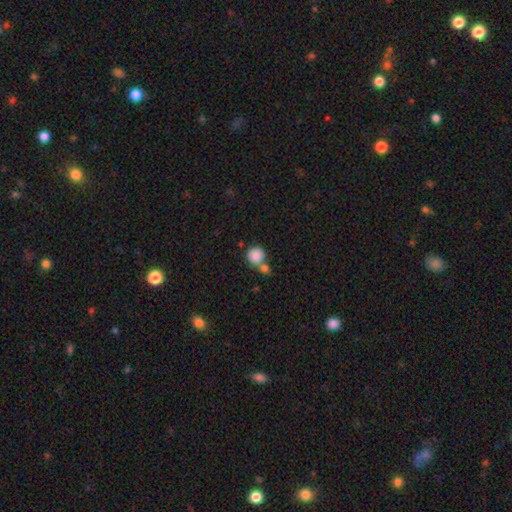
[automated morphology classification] smooth-or-featured: smooth: 86% | star or artifact: 8% | featured or disk: 6%
  how-rounded: round: 89% | in between: 10% | cigar-shaped: 1%
  merging: none: 48% | merger: 39% | minor disturbance: 9% | major disturbance: 3%